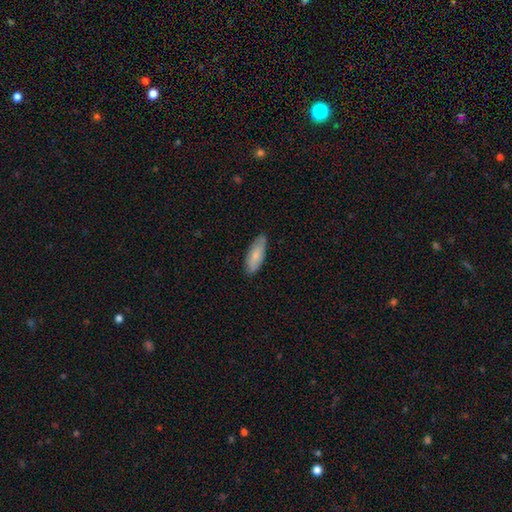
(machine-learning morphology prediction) Smooth or featured? smooth (77%)
How rounded? in between (68%)
Merging? none (83%)